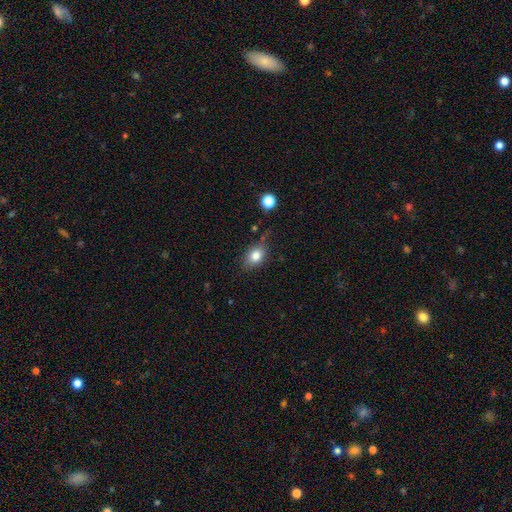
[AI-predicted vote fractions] smooth 81%, featured or disk 10%, star or artifact 9%. Down the decision tree: how rounded — in between (71%); merging — none (70%).